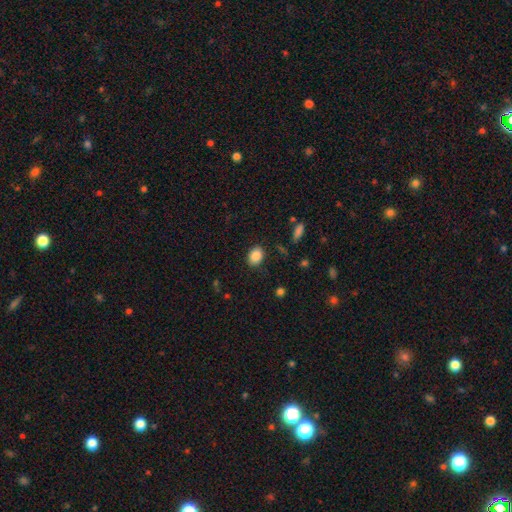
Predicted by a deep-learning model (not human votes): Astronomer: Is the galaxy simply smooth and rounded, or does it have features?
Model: smooth — 87%.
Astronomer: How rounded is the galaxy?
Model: in between — 69%.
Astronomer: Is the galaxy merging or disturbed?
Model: none — 85%.